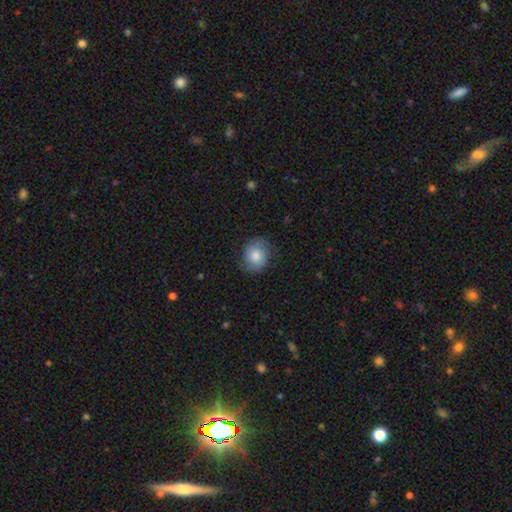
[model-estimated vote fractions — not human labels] A smooth galaxy with no disk features (49%). Merging: none (75%).